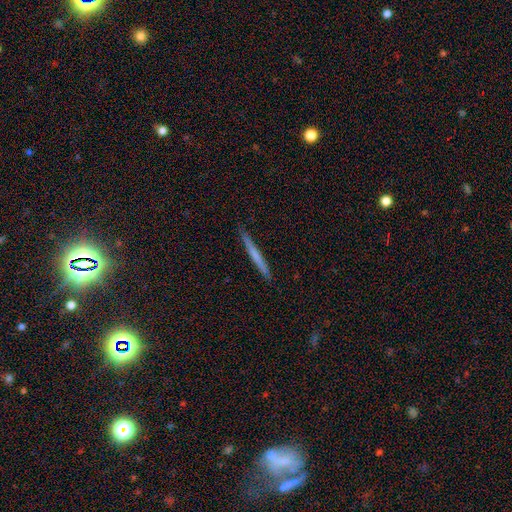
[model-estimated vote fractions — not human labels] Smooth or featured: smooth — 54% (featured or disk — 41%)
How rounded: cigar-shaped — 97% (in between — 2%)
Merging: none — 91% (minor disturbance — 6%)